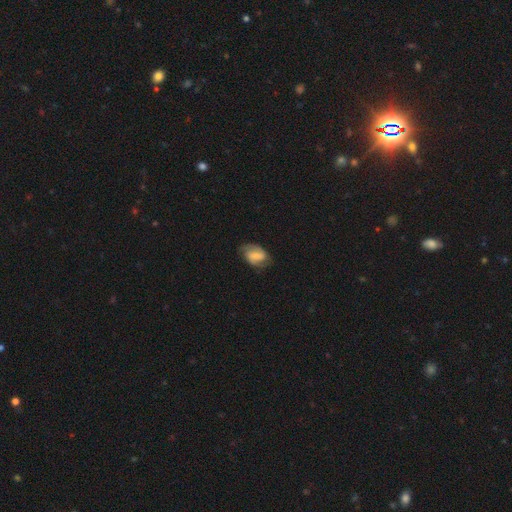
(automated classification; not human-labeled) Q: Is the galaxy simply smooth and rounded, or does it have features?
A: featured or disk — 60%.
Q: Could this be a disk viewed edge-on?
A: no — 97%.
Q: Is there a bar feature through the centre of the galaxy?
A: weak — 47%.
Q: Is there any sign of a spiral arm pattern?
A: yes — 89%.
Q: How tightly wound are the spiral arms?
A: medium — 45%.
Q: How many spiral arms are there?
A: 2 — 83%.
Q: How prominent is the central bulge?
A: small — 34%.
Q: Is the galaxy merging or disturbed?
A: none — 71%.